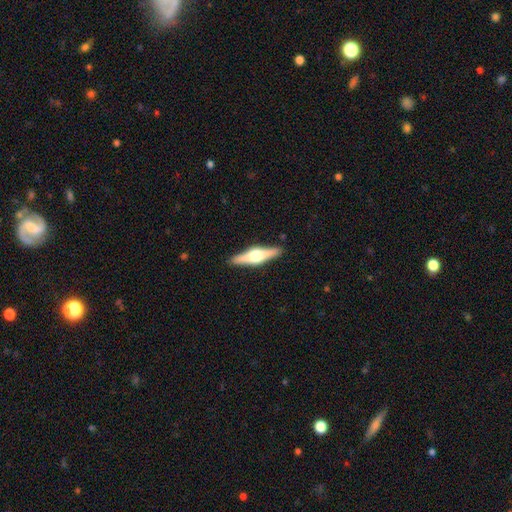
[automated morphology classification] This is likely a featured or disk galaxy (70%). It is clearly viewed edge-on (97%). Edge-on bulge: clearly rounded (94%). Merging: clearly none (90%).